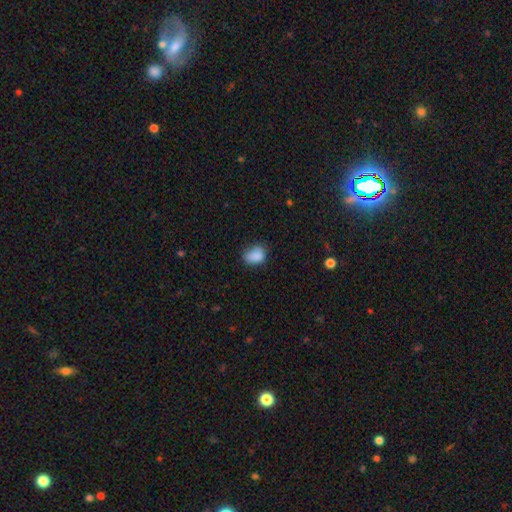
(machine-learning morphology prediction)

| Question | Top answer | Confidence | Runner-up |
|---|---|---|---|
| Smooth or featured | smooth | 85% | star or artifact (10%) |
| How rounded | in between | 71% | round (28%) |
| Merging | none | 61% | minor disturbance (30%) |